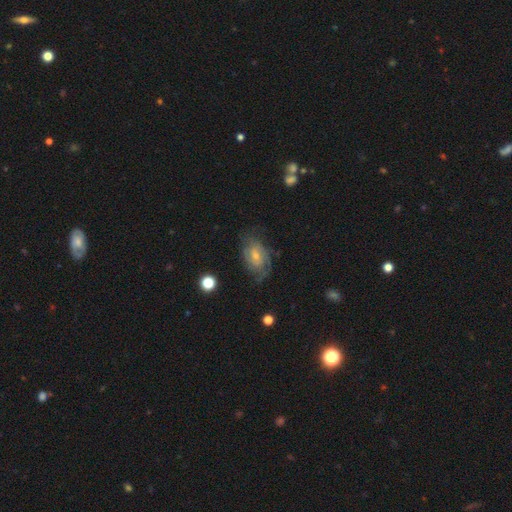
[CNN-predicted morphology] Smooth or featured: featured or disk — 63% (smooth — 26%)
Edge-on disk: no — 95% (yes — 5%)
Bar: no — 58% (weak — 36%)
Spiral arms: yes — 83% (no — 17%)
Spiral winding: tight — 51% (medium — 36%)
Spiral arm count: can't tell — 47% (2 — 31%)
Bulge size: small — 57% (moderate — 36%)
Merging: none — 65% (minor disturbance — 23%)